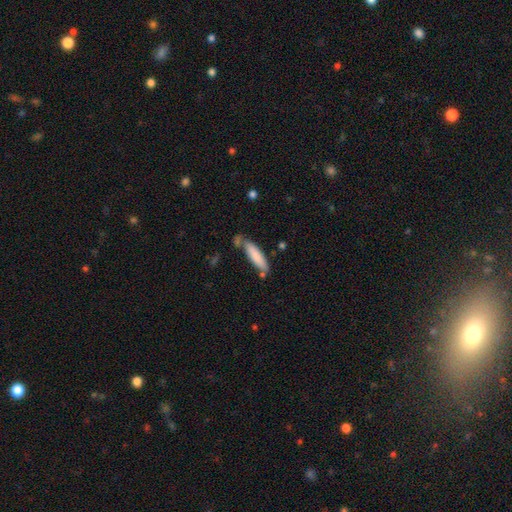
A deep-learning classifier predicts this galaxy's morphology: Q: Smooth or featured?
A: smooth (83%); runner-up: featured or disk (11%)
Q: How rounded?
A: cigar-shaped (70%); runner-up: in between (28%)
Q: Merging?
A: none (67%); runner-up: minor disturbance (18%)